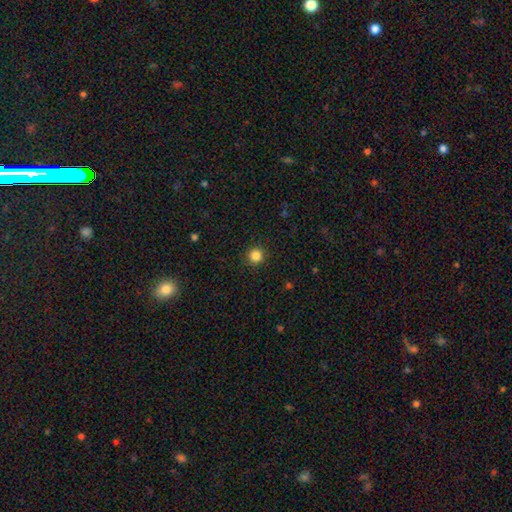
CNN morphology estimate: type=smooth (84%); roundness=round (95%); merging=none (91%).